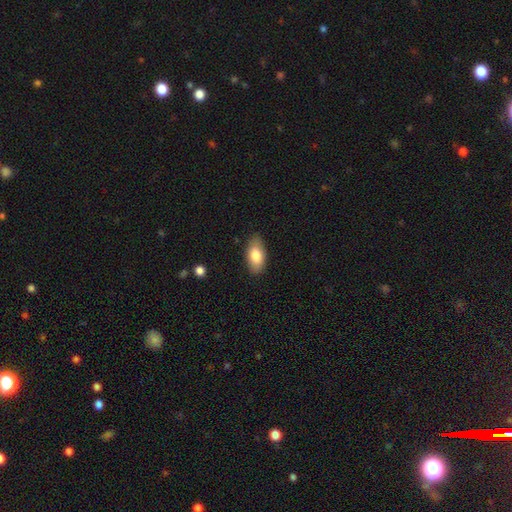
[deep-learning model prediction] smooth 80%, featured or disk 14%, star or artifact 6%. Down the decision tree: how rounded — in between (92%); merging — none (85%).